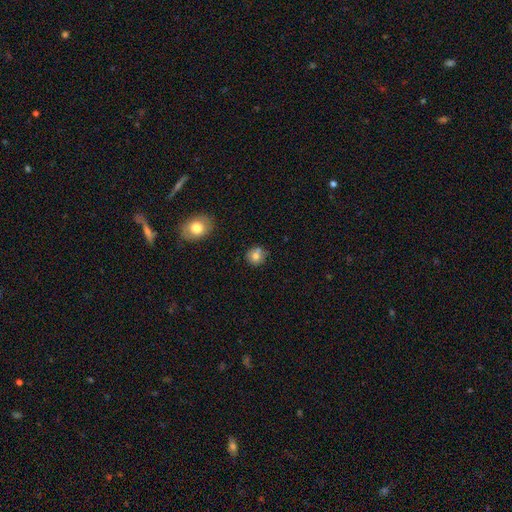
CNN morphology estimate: Smooth or featured?
  - smooth: 74% *
  - featured or disk: 15%
  - star or artifact: 11%
How rounded?
  - round: 87% *
  - in between: 12%
  - cigar-shaped: 1%
Merging?
  - none: 68% *
  - merger: 15%
  - minor disturbance: 13%
  - major disturbance: 3%